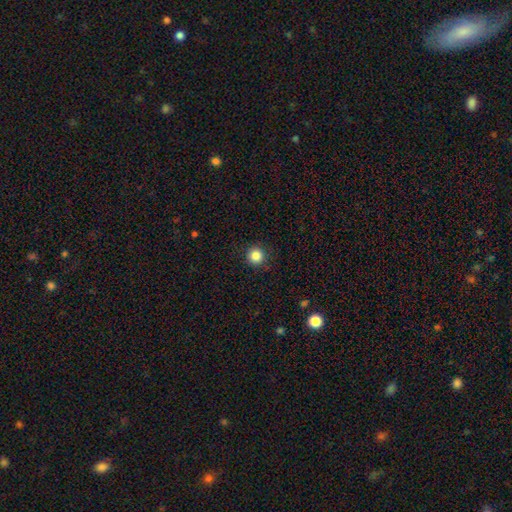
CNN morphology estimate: Smooth or featured: smooth — 84% (star or artifact — 11%)
How rounded: round — 96% (in between — 3%)
Merging: none — 92% (minor disturbance — 5%)